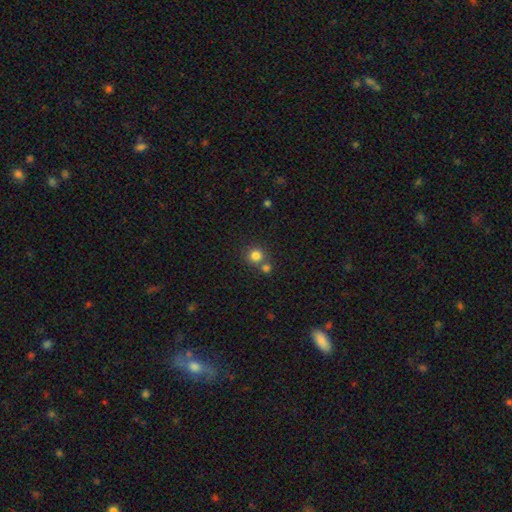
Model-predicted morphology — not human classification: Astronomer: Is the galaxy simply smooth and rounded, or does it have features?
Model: smooth — 81%.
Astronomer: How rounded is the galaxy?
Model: round — 92%.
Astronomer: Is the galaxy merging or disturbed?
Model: none — 66%.